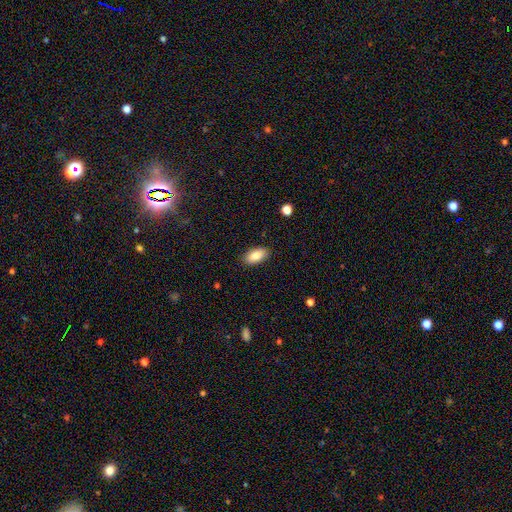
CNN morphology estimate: A smooth galaxy with no disk features (86%) that is in between round and cigar-shaped (91%). Merging: none (88%).